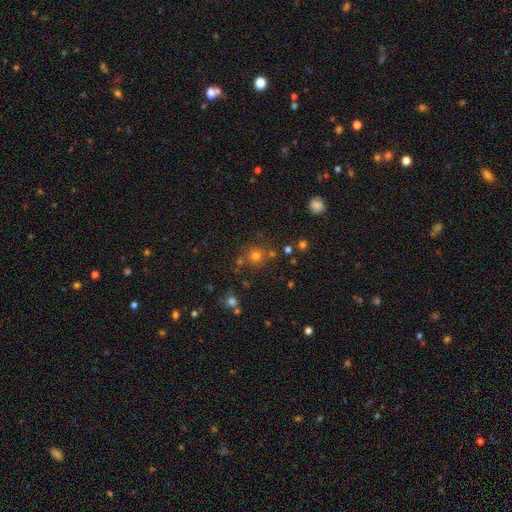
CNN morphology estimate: This is likely a smooth galaxy (71%). How rounded: clearly round (90%). Merging: likely none (75%).